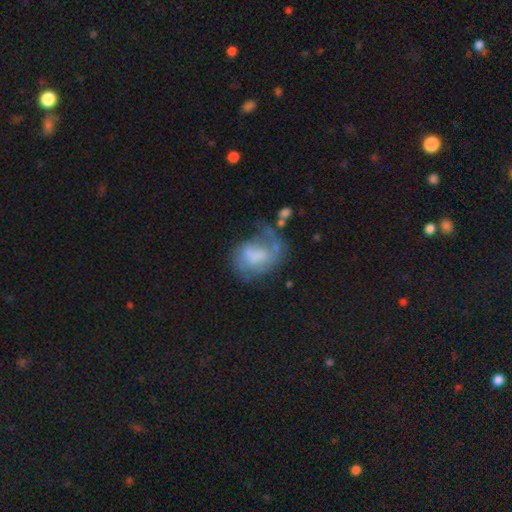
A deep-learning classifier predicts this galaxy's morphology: This appears to be a featured or disk galaxy (52%) with no bar (63%), spiral arms (56%) and no central bulge (44%). Merging: major disturbance (36%).